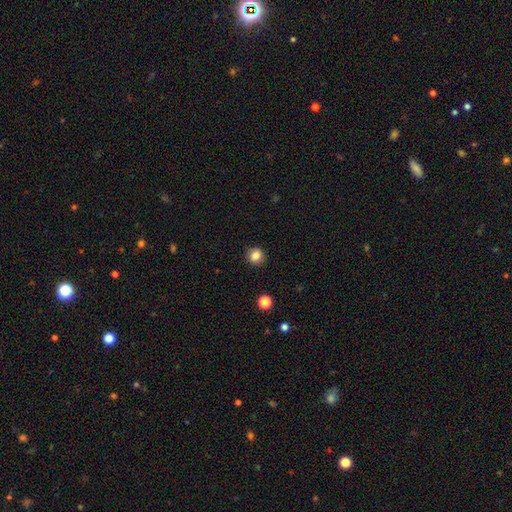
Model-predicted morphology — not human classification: The model was most divided on "smooth or featured": smooth: 83%, star or artifact: 11%, featured or disk: 6%. More confident: merging — none (90%); how rounded — round (88%).